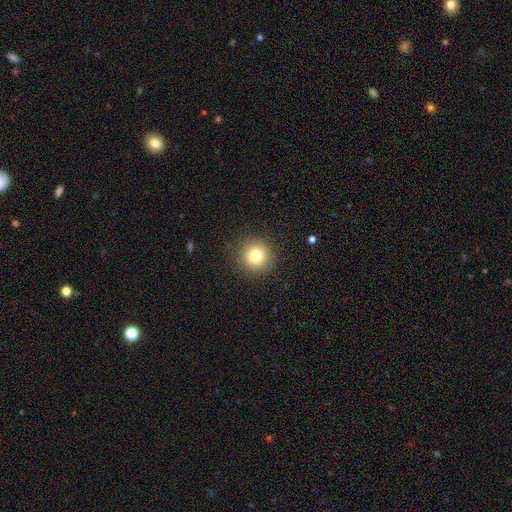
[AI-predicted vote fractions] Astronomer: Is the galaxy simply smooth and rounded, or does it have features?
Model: smooth — 81%.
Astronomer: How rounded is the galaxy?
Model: round — 95%.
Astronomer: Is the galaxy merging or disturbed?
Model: none — 91%.